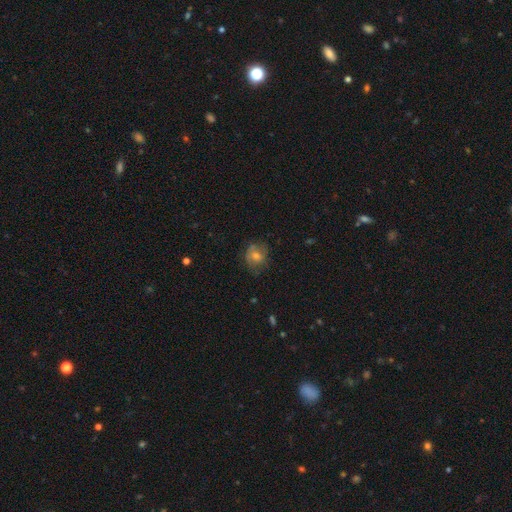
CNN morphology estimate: Smooth or featured? Predicted: smooth (p=0.50). How rounded? Predicted: round (p=0.72). Merging? Predicted: none (p=0.71).